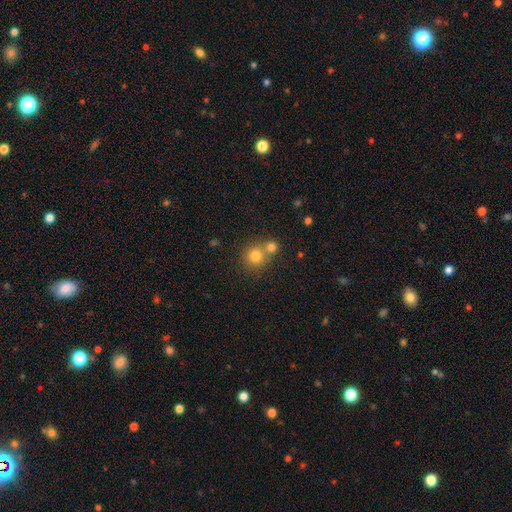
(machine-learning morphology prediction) Overall: smooth (78%). How rounded: round (89%). Merging: none (52%; merger 39%).